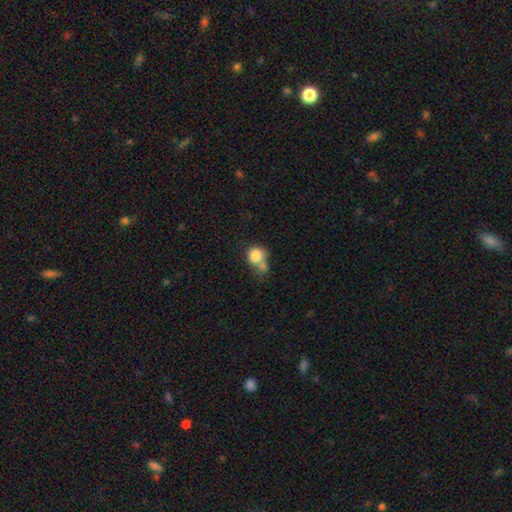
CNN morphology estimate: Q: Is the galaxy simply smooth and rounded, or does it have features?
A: smooth — 80%.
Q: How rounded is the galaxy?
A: round — 67%.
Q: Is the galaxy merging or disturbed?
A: merger — 47%.